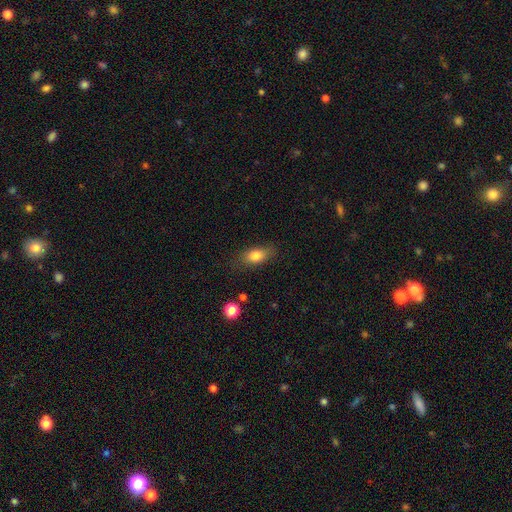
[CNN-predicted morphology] Smooth or featured: smooth — 80% (featured or disk — 11%)
How rounded: in between — 82% (round — 10%)
Merging: none — 76% (minor disturbance — 17%)